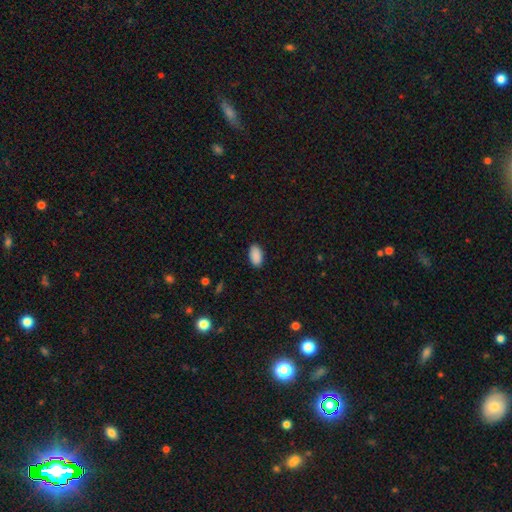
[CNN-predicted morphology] A smooth galaxy with no disk features (90%) that is in between round and cigar-shaped (94%). Merging: none (88%).